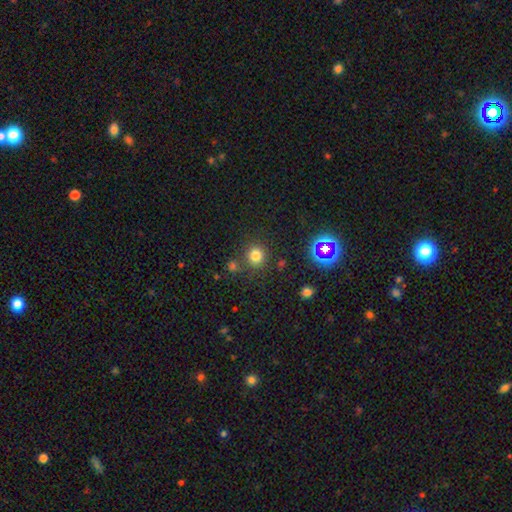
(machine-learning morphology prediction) type=smooth (76%); roundness=round (90%); merging=none (81%).